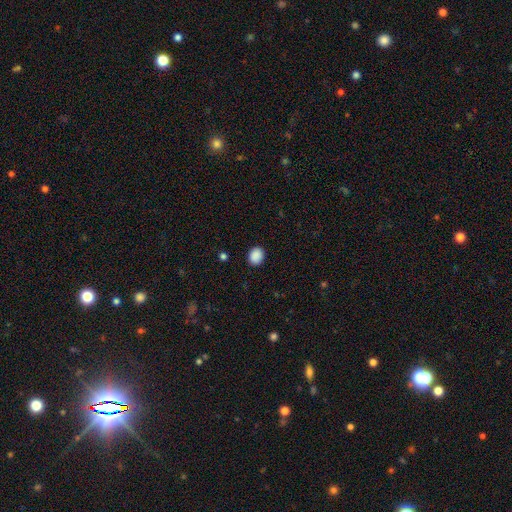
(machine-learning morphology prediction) smooth_or_featured: smooth (p=0.89) [alt: star or artifact p=0.08]
how_rounded: round (p=0.57) [alt: in between p=0.42]
merging: none (p=0.90) [alt: minor disturbance p=0.07]